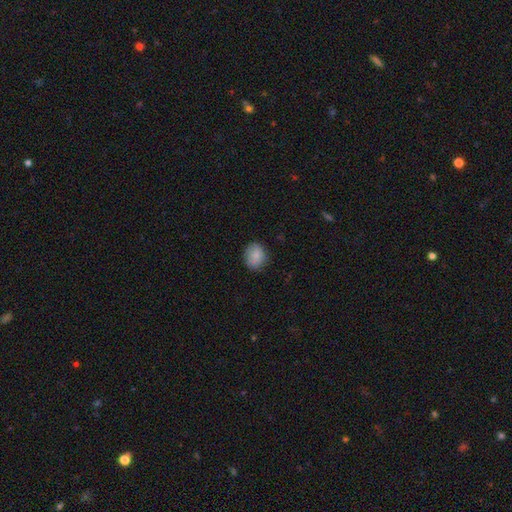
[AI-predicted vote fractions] Smooth or featured: smooth — 84% (featured or disk — 8%)
How rounded: round — 57% (in between — 42%)
Merging: none — 82% (minor disturbance — 14%)